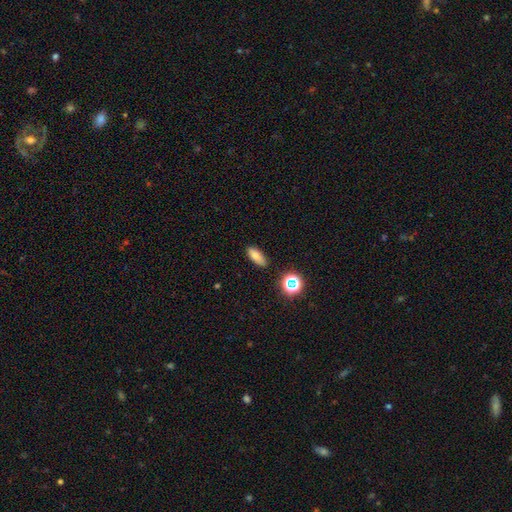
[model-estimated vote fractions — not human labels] Smooth or featured? smooth (76%)
How rounded? in between (73%)
Merging? none (86%)